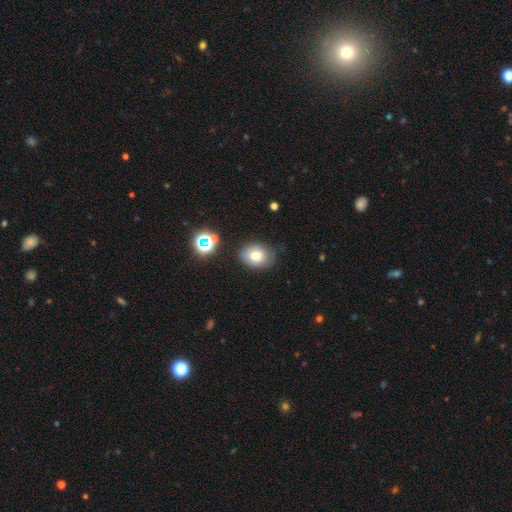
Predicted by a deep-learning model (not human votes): This appears to be a smooth galaxy with no disk features (75%) that is in between round and cigar-shaped (63%). Merging: none (78%).